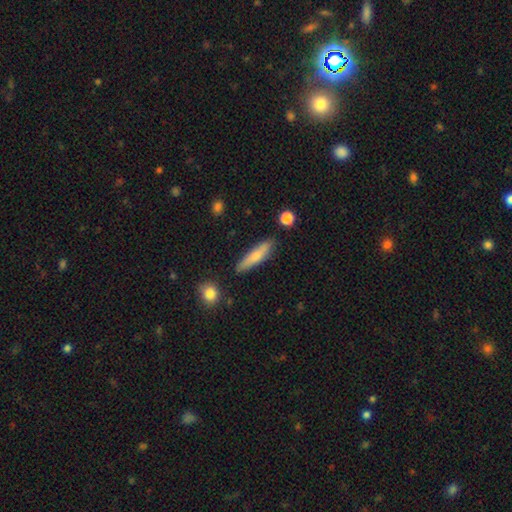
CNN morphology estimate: This appears to be a smooth galaxy with no disk features (70%) that is cigar-shaped (81%). Merging: none (83%).